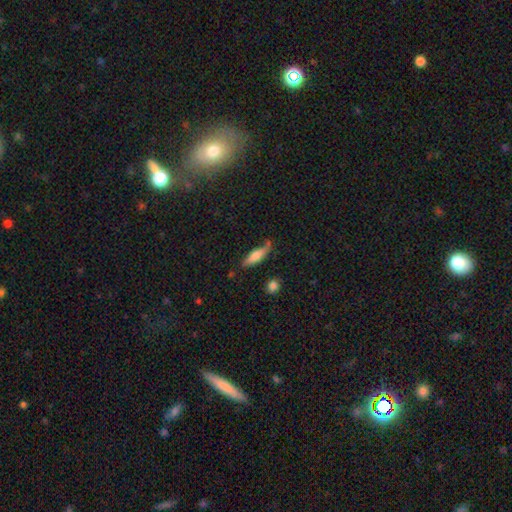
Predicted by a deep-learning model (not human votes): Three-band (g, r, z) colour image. It shows a smooth galaxy with no disk features (56%) that is cigar-shaped (72%). Merging: none (70%).